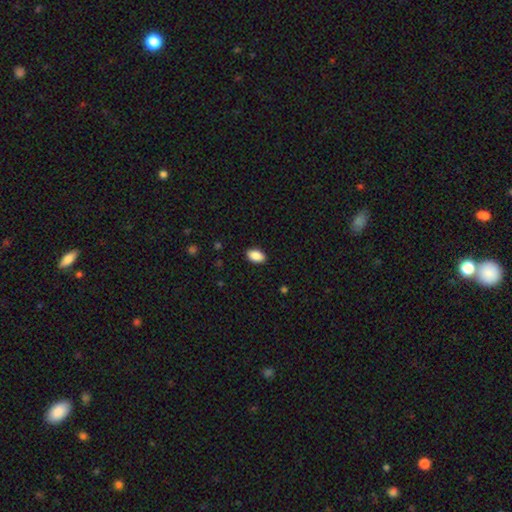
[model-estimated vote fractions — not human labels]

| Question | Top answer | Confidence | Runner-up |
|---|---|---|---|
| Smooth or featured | smooth | 89% | star or artifact (7%) |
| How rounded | in between | 93% | round (5%) |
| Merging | none | 89% | minor disturbance (8%) |